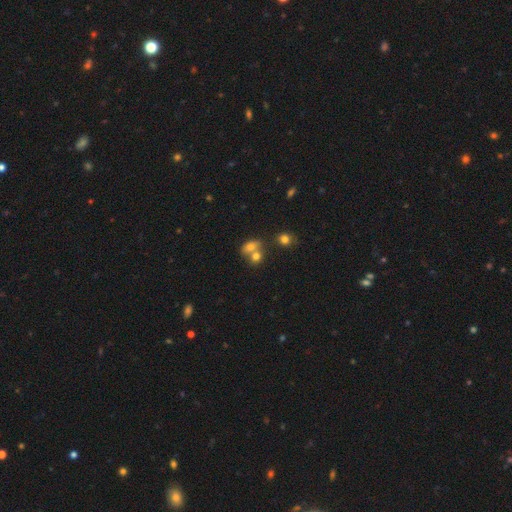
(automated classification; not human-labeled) Smooth or featured?
  - smooth: 70% *
  - featured or disk: 15%
  - star or artifact: 15%
How rounded?
  - round: 49% *
  - in between: 48%
  - cigar-shaped: 2%
Merging?
  - merger: 55% *
  - none: 32%
  - minor disturbance: 8%
  - major disturbance: 4%